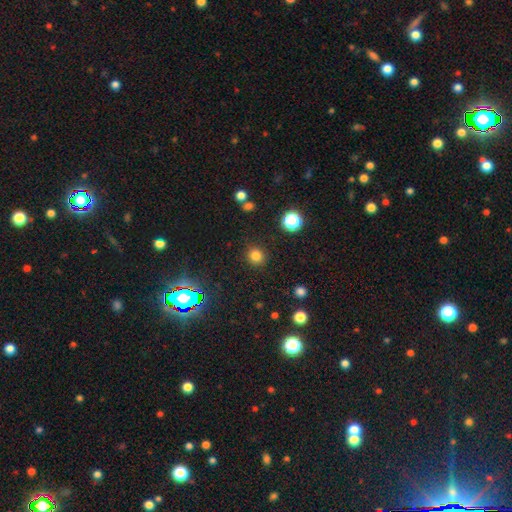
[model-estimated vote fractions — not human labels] The model was most divided on "smooth or featured": smooth: 79%, star or artifact: 16%, featured or disk: 5%. More confident: merging — none (90%); how rounded — round (90%).